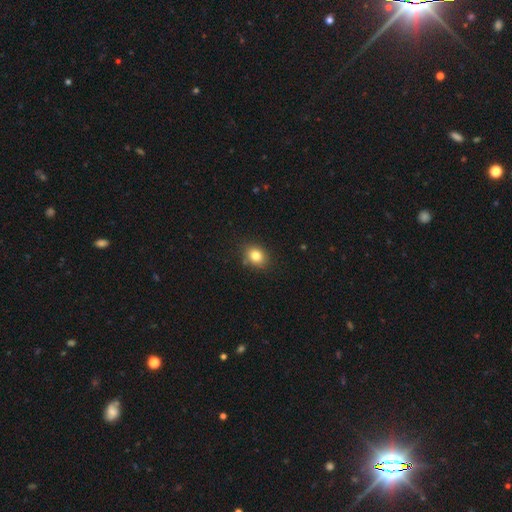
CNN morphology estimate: Smooth or featured?
  - smooth: 82% *
  - star or artifact: 11%
  - featured or disk: 7%
How rounded?
  - round: 50% *
  - in between: 49%
  - cigar-shaped: 1%
Merging?
  - none: 83% *
  - minor disturbance: 12%
  - major disturbance: 3%
  - merger: 2%